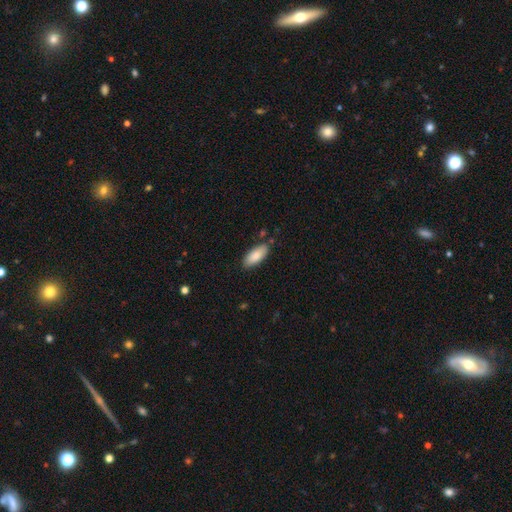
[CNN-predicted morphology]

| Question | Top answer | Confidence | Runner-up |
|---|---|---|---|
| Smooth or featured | smooth | 84% | featured or disk (11%) |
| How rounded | in between | 83% | cigar-shaped (15%) |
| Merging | none | 83% | minor disturbance (12%) |